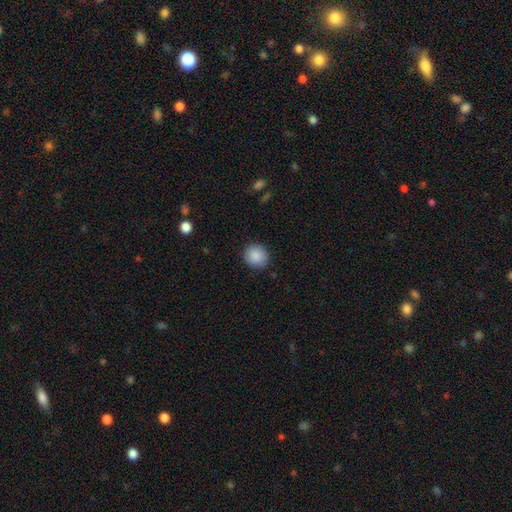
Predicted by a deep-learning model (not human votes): Q: Smooth or featured?
A: smooth (89%); runner-up: star or artifact (8%)
Q: How rounded?
A: round (85%); runner-up: in between (14%)
Q: Merging?
A: none (90%); runner-up: minor disturbance (7%)